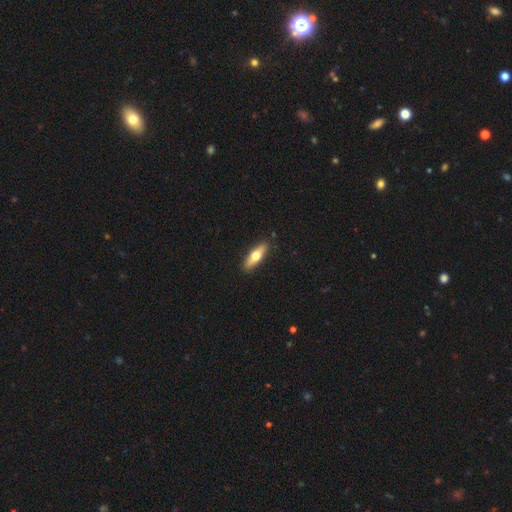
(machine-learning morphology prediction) smooth 55%, featured or disk 40%, star or artifact 5%. Down the decision tree: how rounded — cigar-shaped (56%); merging — none (90%).